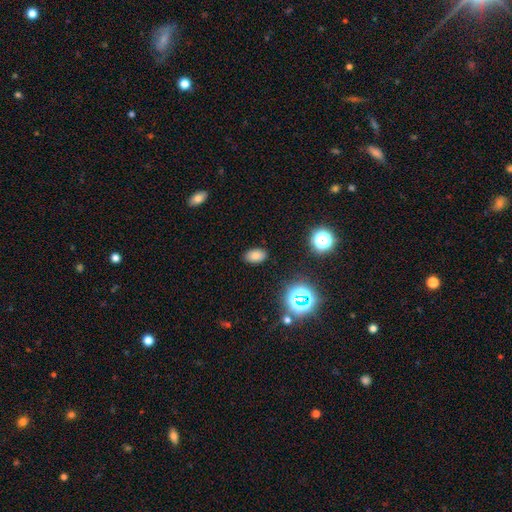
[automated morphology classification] Smooth or featured?
  - smooth: 77% *
  - star or artifact: 17%
  - featured or disk: 6%
How rounded?
  - in between: 88% *
  - round: 10%
  - cigar-shaped: 1%
Merging?
  - none: 87% *
  - minor disturbance: 9%
  - major disturbance: 3%
  - merger: 1%